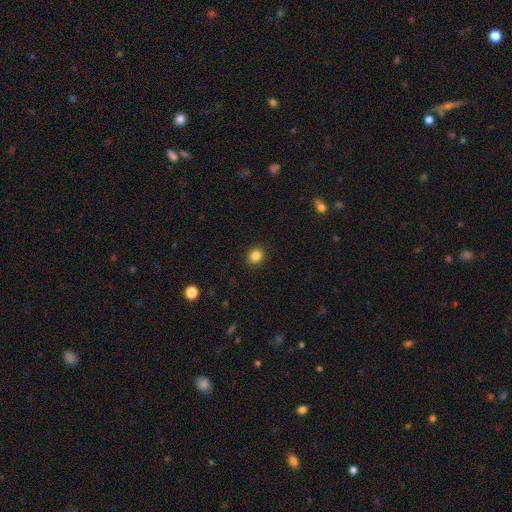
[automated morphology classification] The model was most divided on "how rounded": round: 80%, in between: 19%, cigar-shaped: 1%. More confident: merging — none (91%); smooth or featured — smooth (85%).